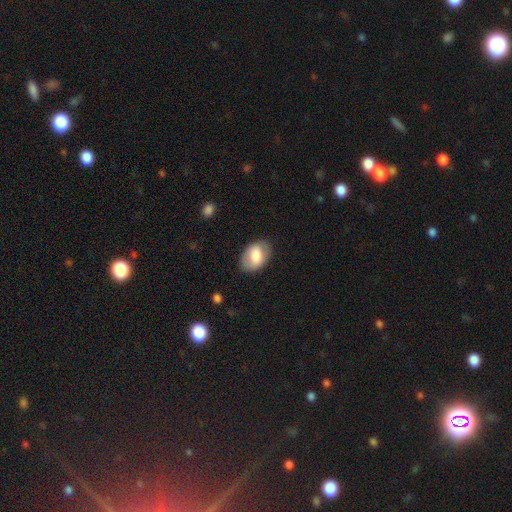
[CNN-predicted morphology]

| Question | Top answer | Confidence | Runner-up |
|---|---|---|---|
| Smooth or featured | smooth | 69% | featured or disk (25%) |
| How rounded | in between | 89% | round (10%) |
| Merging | none | 79% | minor disturbance (15%) |